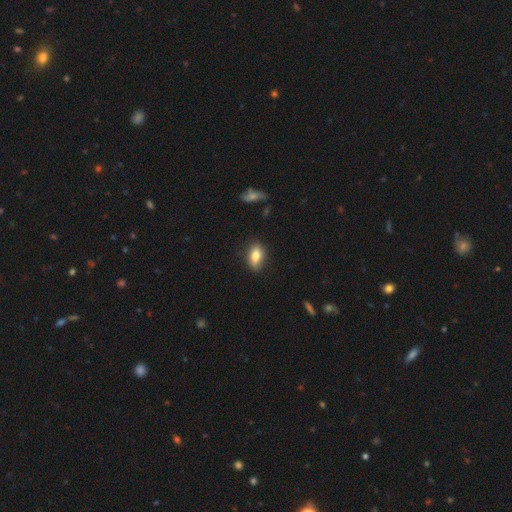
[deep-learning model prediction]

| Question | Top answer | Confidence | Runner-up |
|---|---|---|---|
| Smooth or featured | smooth | 76% | featured or disk (16%) |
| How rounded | in between | 84% | cigar-shaped (8%) |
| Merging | none | 80% | minor disturbance (16%) |